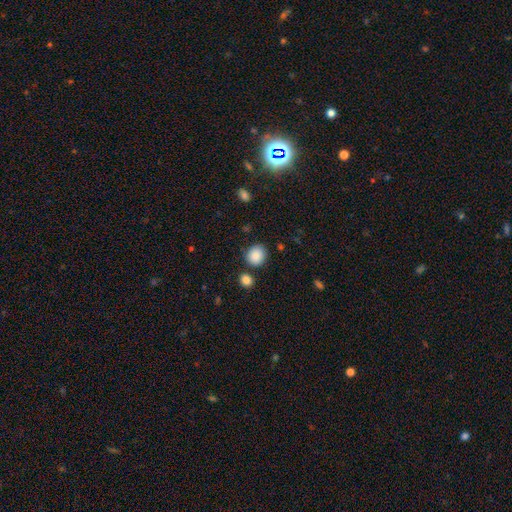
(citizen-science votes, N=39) smooth-or-featured: smooth: 90% | featured or disk: 5% | star or artifact: 5%
  how-rounded: round: 80% | in between: 20% | cigar-shaped: 0%
  merging: none: 76% | minor disturbance: 16% | major disturbance: 5% | merger: 3%